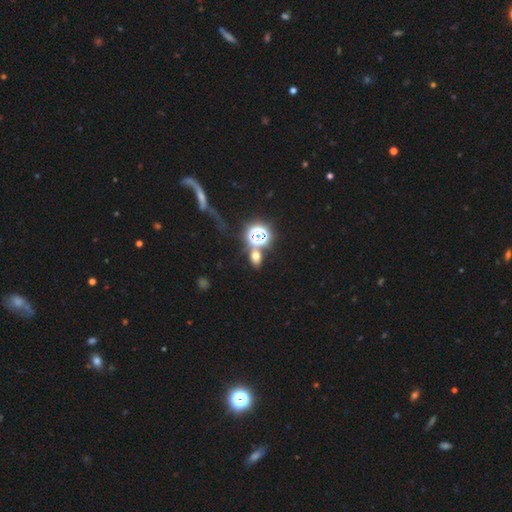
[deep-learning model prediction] Overall: smooth (57%; star or artifact 32%). How rounded: in between (62%; round 35%). Merging: none (66%).